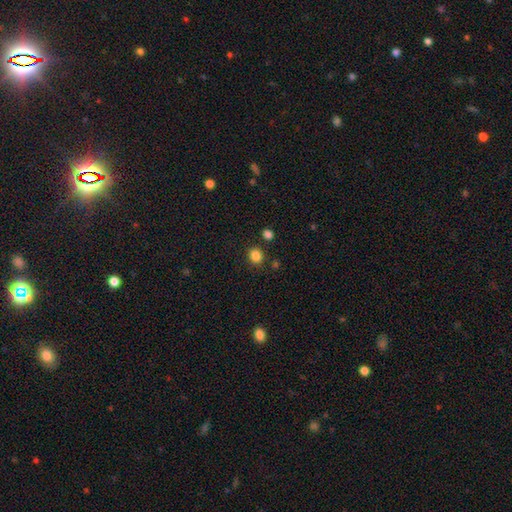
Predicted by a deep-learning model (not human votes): smooth-or-featured: smooth: 84% | star or artifact: 12% | featured or disk: 4%
  how-rounded: round: 75% | in between: 24% | cigar-shaped: 1%
  merging: none: 85% | minor disturbance: 8% | merger: 4% | major disturbance: 3%